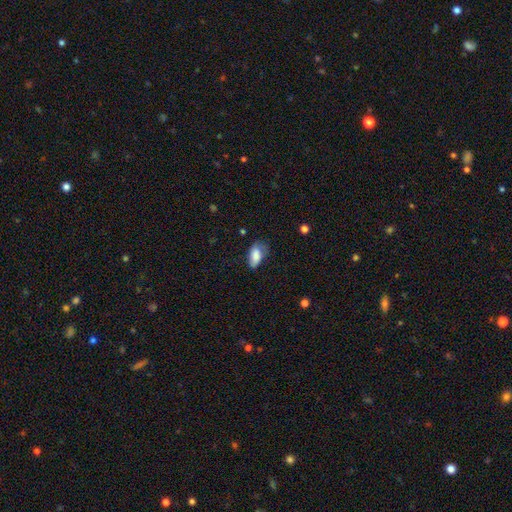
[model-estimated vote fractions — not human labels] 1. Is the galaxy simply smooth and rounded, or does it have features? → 82% smooth, 11% featured or disk, 7% star or artifact.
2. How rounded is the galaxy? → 92% in between, 5% cigar-shaped, 3% round.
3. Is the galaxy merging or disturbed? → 49% none, 36% minor disturbance, 13% major disturbance, 2% merger.